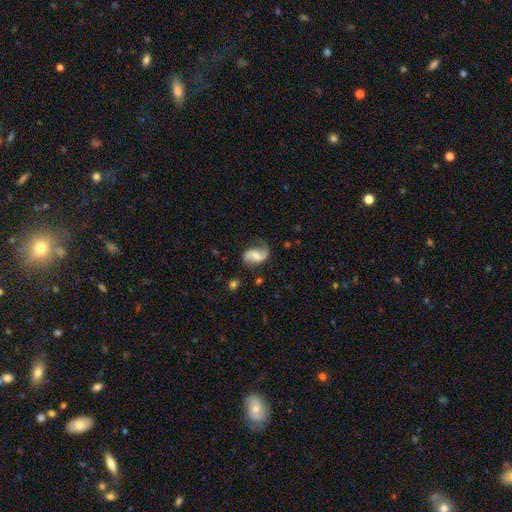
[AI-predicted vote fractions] Smooth or featured? Predicted: featured or disk (p=0.82). Edge-on disk? Predicted: no (p=0.98). Bar? Predicted: no (p=0.45). Spiral arms? Predicted: yes (p=0.96). Spiral winding? Predicted: loose (p=0.60). Spiral arm count? Predicted: 2 (p=0.88). Bulge size? Predicted: moderate (p=0.47). Merging? Predicted: none (p=0.70).